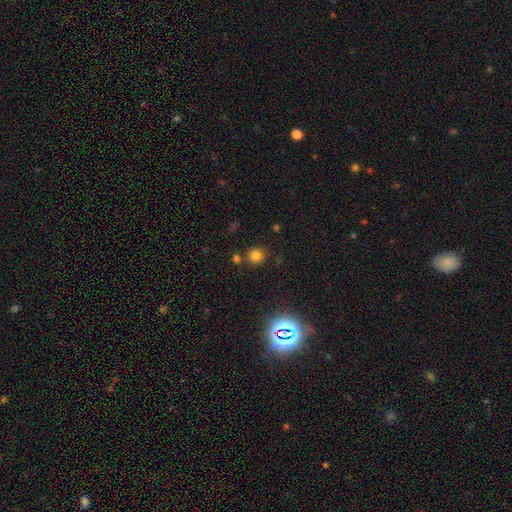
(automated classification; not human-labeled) The model was most divided on "smooth or featured": smooth: 76%, star or artifact: 19%, featured or disk: 6%. More confident: how rounded — round (92%); merging — none (80%).